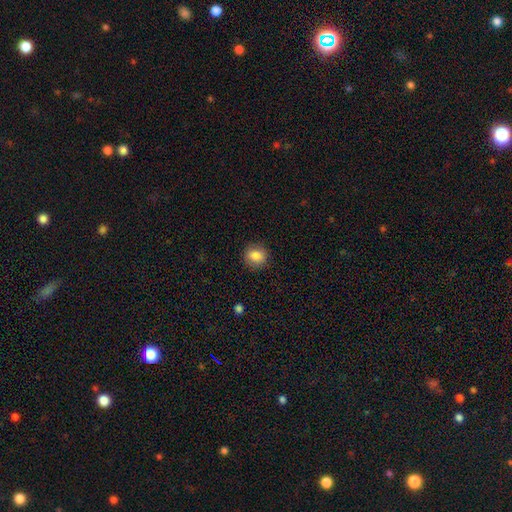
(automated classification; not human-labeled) Smooth or featured? Predicted: smooth (p=0.85). How rounded? Predicted: round (p=0.76). Merging? Predicted: none (p=0.87).